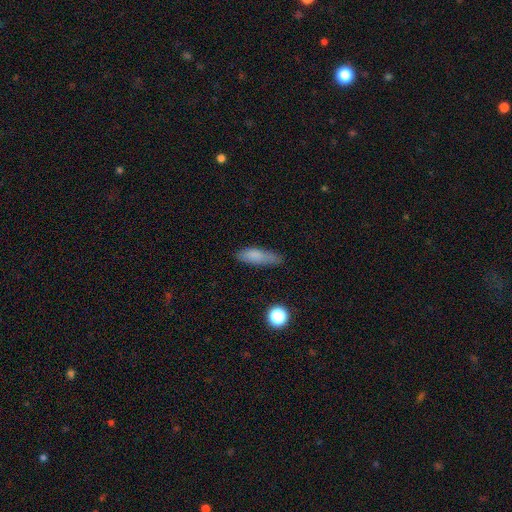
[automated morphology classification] Q: Smooth or featured?
A: smooth (79%); runner-up: featured or disk (12%)
Q: How rounded?
A: cigar-shaped (52%); runner-up: in between (44%)
Q: Merging?
A: none (65%); runner-up: minor disturbance (26%)